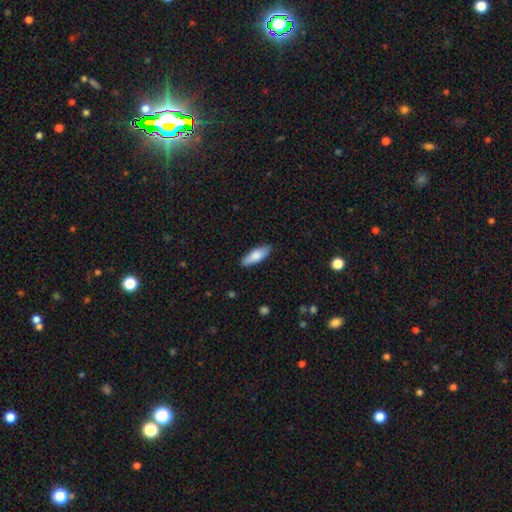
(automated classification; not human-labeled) A smooth galaxy with no disk features (80%) that is in between round and cigar-shaped (61%). Merging: none (86%).